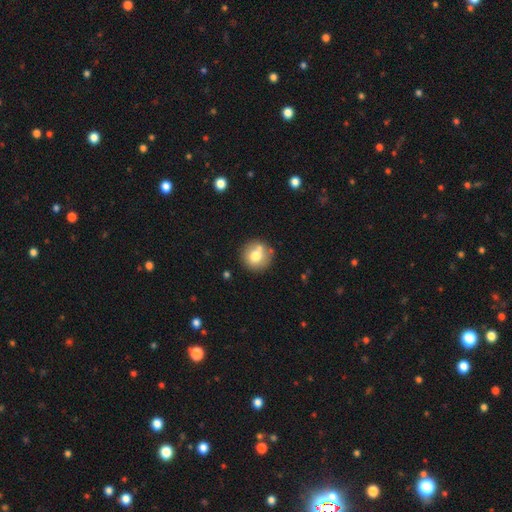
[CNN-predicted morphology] Smooth or featured? smooth (72%)
How rounded? round (92%)
Merging? none (71%)